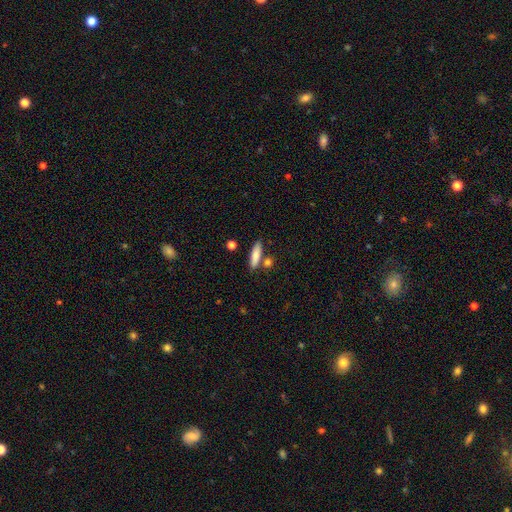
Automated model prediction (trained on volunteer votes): Overall: smooth (82%). How rounded: cigar-shaped (65%; in between 32%). Merging: none (75%).